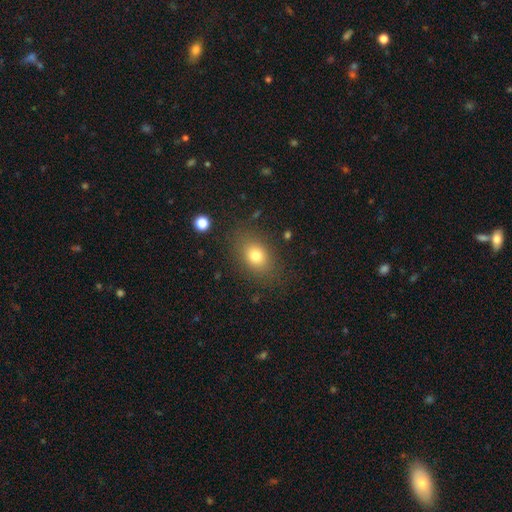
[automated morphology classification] A smooth galaxy with no disk features (77%) that is in between round and cigar-shaped (69%).

Vote fractions:
- Smooth or featured? smooth: 77% / star or artifact: 12% / featured or disk: 12%
- How rounded? in between: 69% / round: 30% / cigar-shaped: 1%
- Merging? none: 82% / minor disturbance: 12% / major disturbance: 5% / merger: 1%